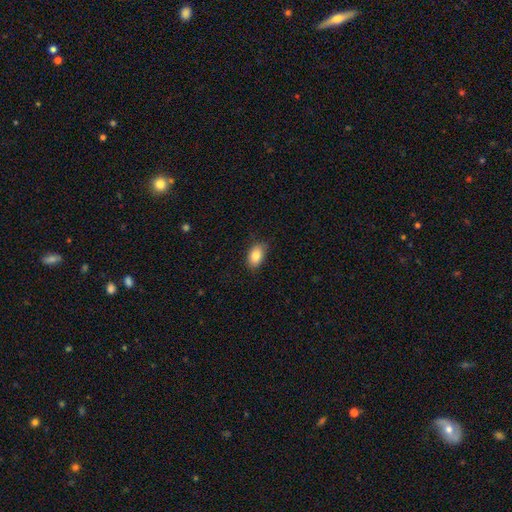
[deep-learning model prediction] Smooth or featured: smooth — 84% (featured or disk — 8%)
How rounded: in between — 90% (round — 9%)
Merging: none — 80% (minor disturbance — 16%)